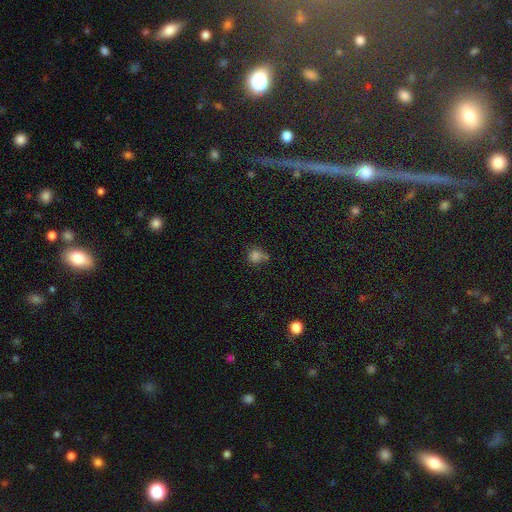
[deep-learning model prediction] Smooth or featured: smooth — 79% (star or artifact — 14%)
How rounded: round — 84% (in between — 15%)
Merging: none — 52% (merger — 21%)